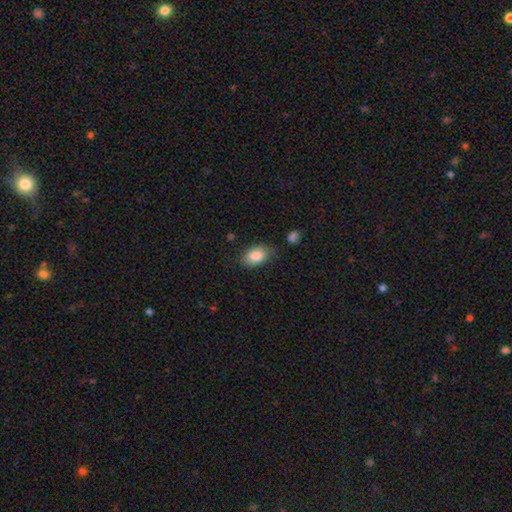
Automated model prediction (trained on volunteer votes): A smooth galaxy with no disk features (86%) that is in between round and cigar-shaped (90%).

Vote fractions:
- Smooth or featured? smooth: 86% / star or artifact: 7% / featured or disk: 7%
- How rounded? in between: 90% / round: 9% / cigar-shaped: 2%
- Merging? none: 77% / minor disturbance: 16% / major disturbance: 4% / merger: 3%